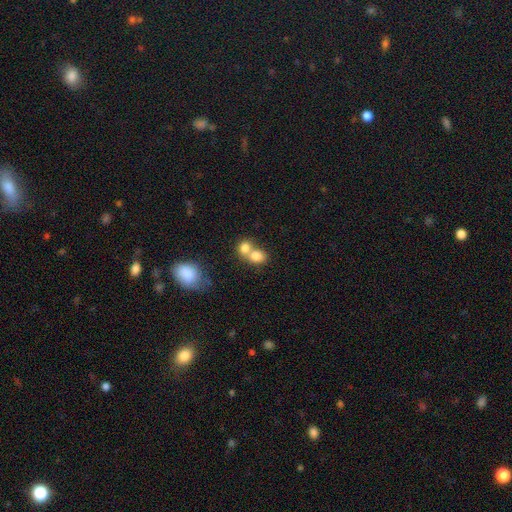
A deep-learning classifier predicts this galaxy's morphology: A smooth galaxy with no disk features (79%) that is round (57%).

Vote fractions:
- Smooth or featured? smooth: 79% / featured or disk: 11% / star or artifact: 9%
- How rounded? round: 57% / in between: 42% / cigar-shaped: 1%
- Merging? merger: 64% / none: 27% / minor disturbance: 6% / major disturbance: 3%